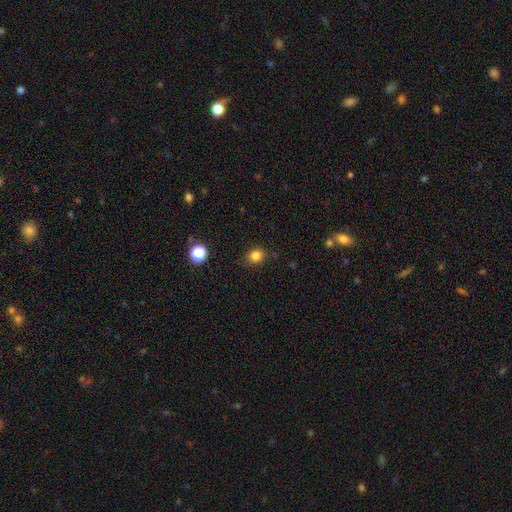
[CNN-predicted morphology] type=smooth (82%); roundness=round (68%); merging=none (86%).